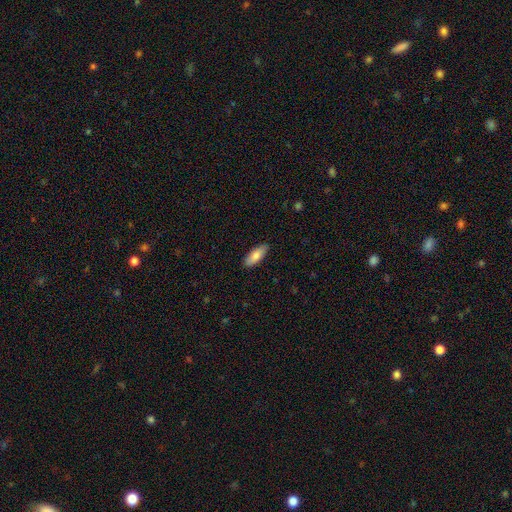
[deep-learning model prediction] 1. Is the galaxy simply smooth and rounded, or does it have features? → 82% smooth, 12% featured or disk, 6% star or artifact.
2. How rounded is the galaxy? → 73% in between, 26% cigar-shaped, 2% round.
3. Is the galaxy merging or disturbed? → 85% none, 12% minor disturbance, 2% major disturbance, 1% merger.